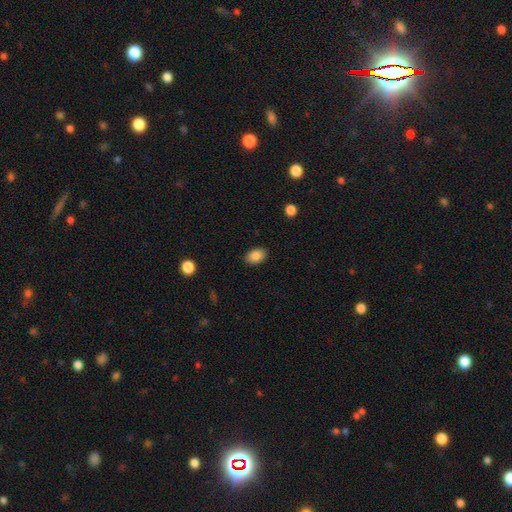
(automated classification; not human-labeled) A smooth galaxy with no disk features (86%) that is in between round and cigar-shaped (85%). Merging: none (88%).